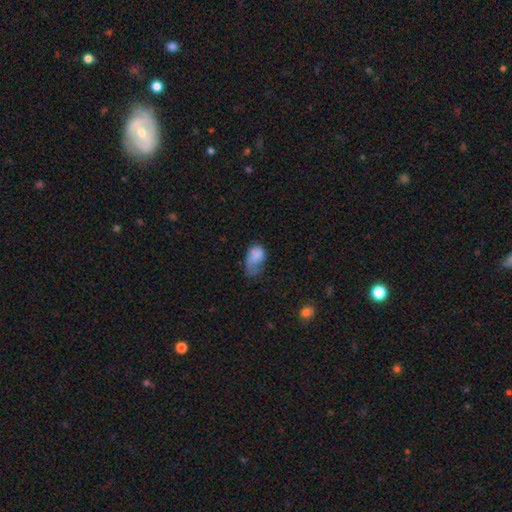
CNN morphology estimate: Smooth or featured? smooth (72%)
How rounded? in between (88%)
Merging? major disturbance (42%)